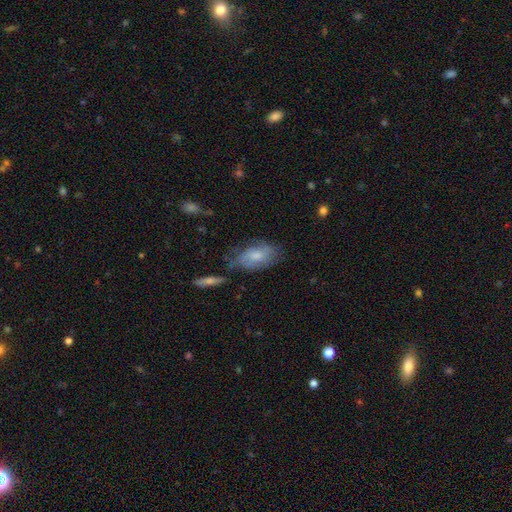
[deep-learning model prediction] Q: Smooth or featured?
A: smooth (52%); runner-up: featured or disk (41%)
Q: How rounded?
A: in between (89%); runner-up: round (7%)
Q: Merging?
A: none (59%); runner-up: minor disturbance (25%)